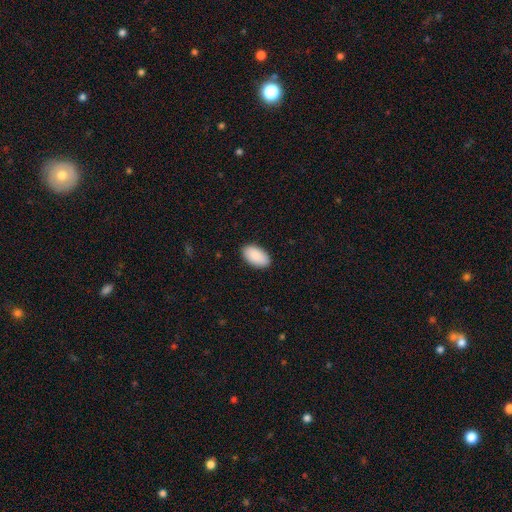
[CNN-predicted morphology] smooth_or_featured: smooth (p=0.91) [alt: star or artifact p=0.06]
how_rounded: in between (p=0.96) [alt: round p=0.03]
merging: none (p=0.89) [alt: minor disturbance p=0.08]